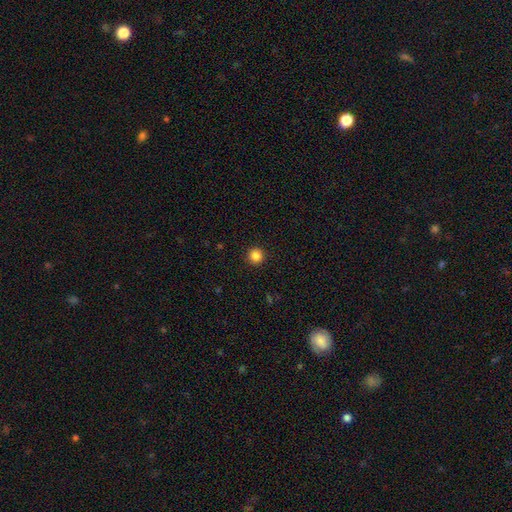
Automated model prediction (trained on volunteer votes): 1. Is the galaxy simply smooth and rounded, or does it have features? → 86% smooth, 11% star or artifact, 3% featured or disk.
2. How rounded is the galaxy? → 96% round, 3% in between, 1% cigar-shaped.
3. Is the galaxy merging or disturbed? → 93% none, 4% minor disturbance, 2% major disturbance, 1% merger.